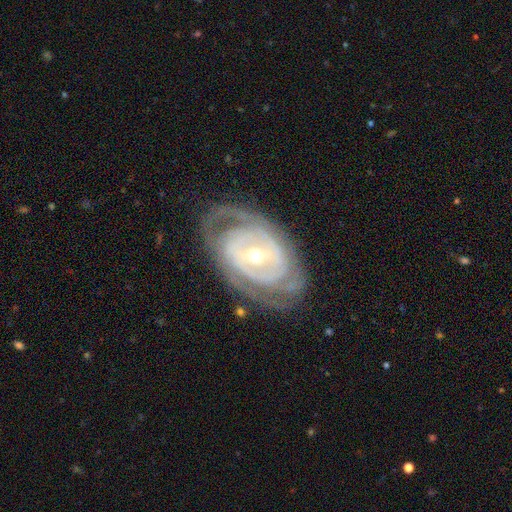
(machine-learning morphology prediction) Smooth or featured?
  - featured or disk: 86% *
  - smooth: 9%
  - star or artifact: 5%
Edge-on disk?
  - no: 95% *
  - yes: 5%
Bar?
  - no: 41% *
  - weak: 36%
  - strong: 22%
Spiral arms?
  - yes: 87% *
  - no: 13%
Spiral winding?
  - tight: 68% *
  - medium: 25%
  - loose: 7%
Spiral arm count?
  - 2: 37% *
  - can't tell: 35%
  - 3: 14%
  - 4: 6%
  - 1: 5%
  - more than 4: 4%
Bulge size?
  - small: 55% *
  - moderate: 42%
  - large: 2%
  - dominant: 1%
  - none: 1%
Merging?
  - none: 73% *
  - minor disturbance: 16%
  - major disturbance: 9%
  - merger: 1%